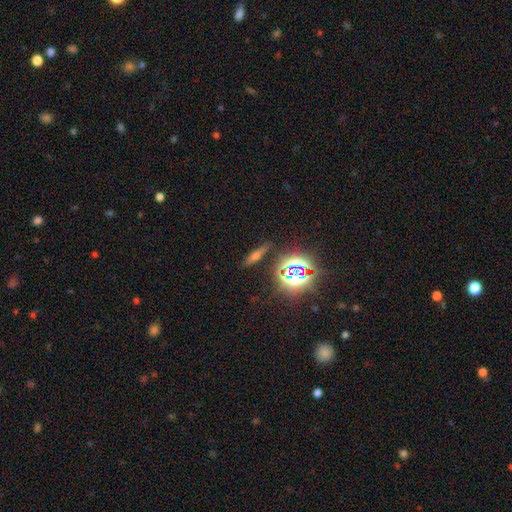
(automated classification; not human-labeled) smooth_or_featured: smooth (p=0.37) [alt: featured or disk p=0.32]
merging: none (p=0.84) [alt: minor disturbance p=0.10]